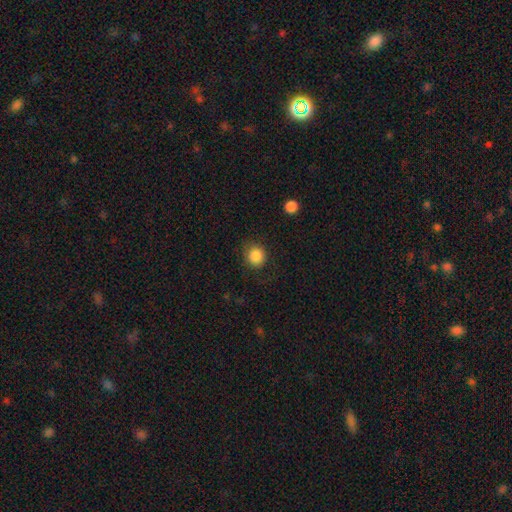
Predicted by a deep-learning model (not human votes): smooth_or_featured: smooth (p=0.86) [alt: star or artifact p=0.09]
how_rounded: round (p=0.87) [alt: in between p=0.12]
merging: none (p=0.83) [alt: minor disturbance p=0.11]